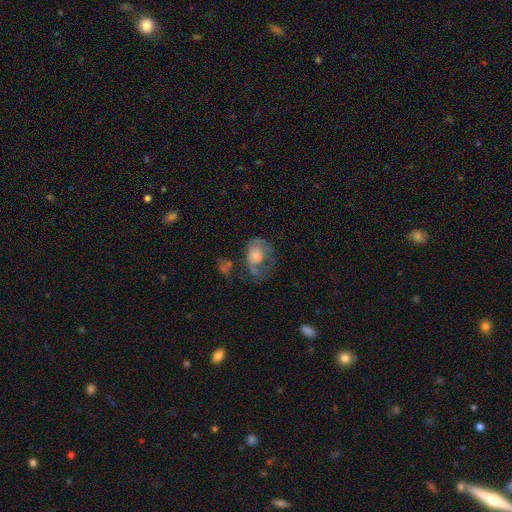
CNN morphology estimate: The model was most divided on "smooth or featured": featured or disk: 47%, smooth: 43%, star or artifact: 10%. Remaining: merging — major disturbance (41%).